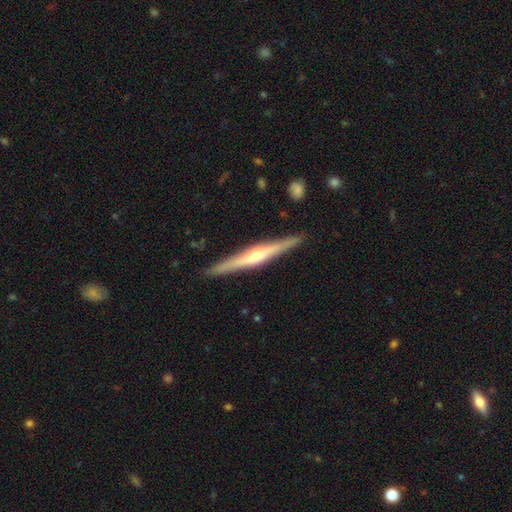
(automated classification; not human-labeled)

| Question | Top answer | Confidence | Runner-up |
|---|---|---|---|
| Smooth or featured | featured or disk | 76% | smooth (19%) |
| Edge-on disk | yes | 98% | no (2%) |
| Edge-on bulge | rounded | 85% | none (9%) |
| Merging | none | 91% | minor disturbance (7%) |